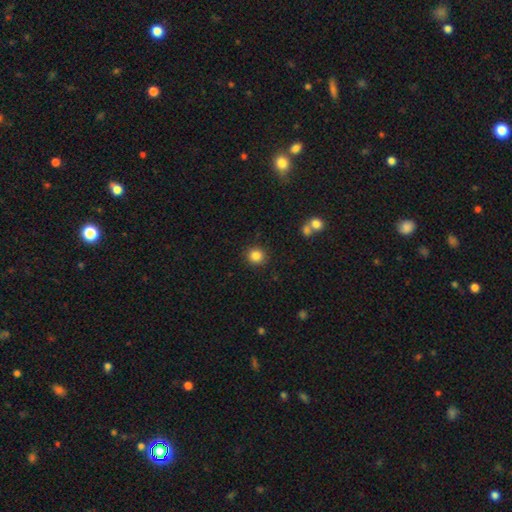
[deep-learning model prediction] Overall: smooth (85%). How rounded: round (90%). Merging: none (90%).